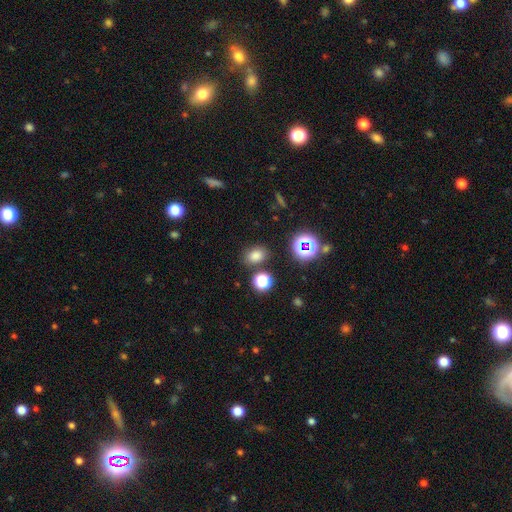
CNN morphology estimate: smooth 75%, star or artifact 19%, featured or disk 6%. Down the decision tree: how rounded — in between (64%); merging — none (80%).